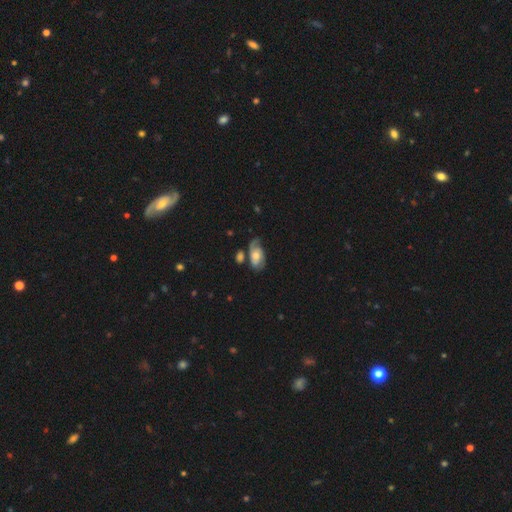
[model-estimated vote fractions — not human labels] Smooth or featured?
  - featured or disk: 54% *
  - smooth: 38%
  - star or artifact: 7%
Edge-on disk?
  - no: 93% *
  - yes: 7%
Bar?
  - no: 72% *
  - weak: 24%
  - strong: 5%
Spiral arms?
  - yes: 79% *
  - no: 21%
Bulge size?
  - moderate: 59% *
  - small: 24%
  - large: 12%
  - none: 3%
  - dominant: 2%
Merging?
  - none: 48% *
  - minor disturbance: 26%
  - major disturbance: 14%
  - merger: 13%